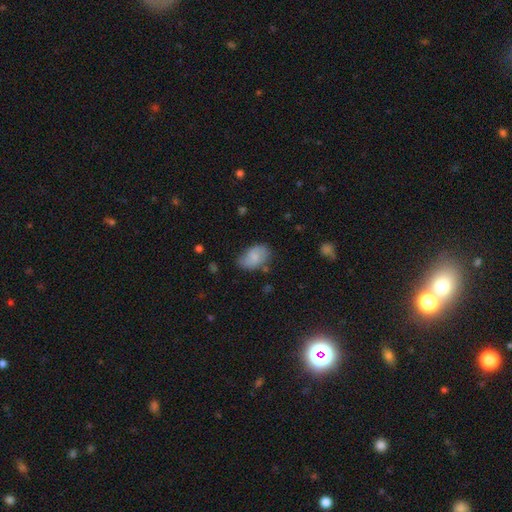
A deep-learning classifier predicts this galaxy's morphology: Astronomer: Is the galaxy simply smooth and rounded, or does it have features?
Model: smooth — 74%.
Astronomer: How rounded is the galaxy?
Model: in between — 90%.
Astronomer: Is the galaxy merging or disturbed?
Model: none — 68%.